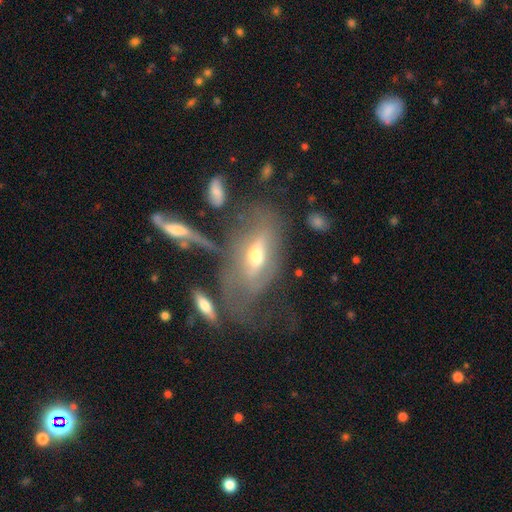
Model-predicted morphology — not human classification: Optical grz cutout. It shows a featured or disk galaxy (59%). Merging: major disturbance (34%).